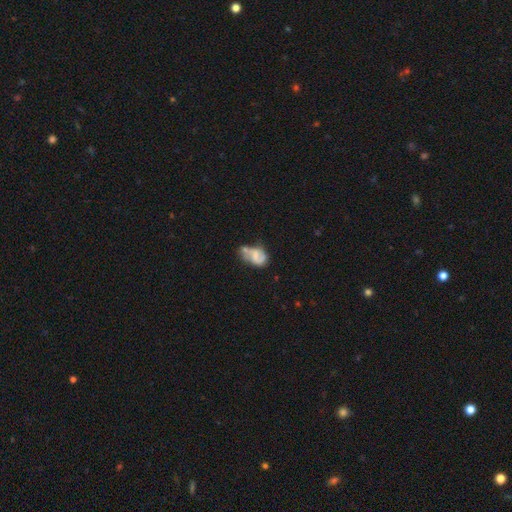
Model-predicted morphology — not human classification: Overall: featured or disk (46%; smooth 44%). Merging: minor disturbance (28%; none 27%).